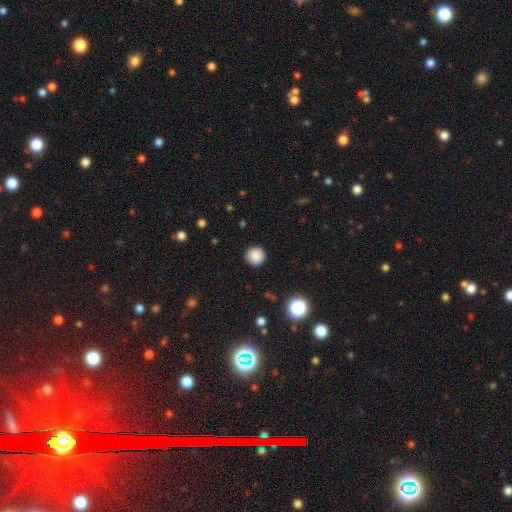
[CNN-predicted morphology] smooth 87%, star or artifact 10%, featured or disk 4%. Down the decision tree: how rounded — round (95%); merging — none (91%).